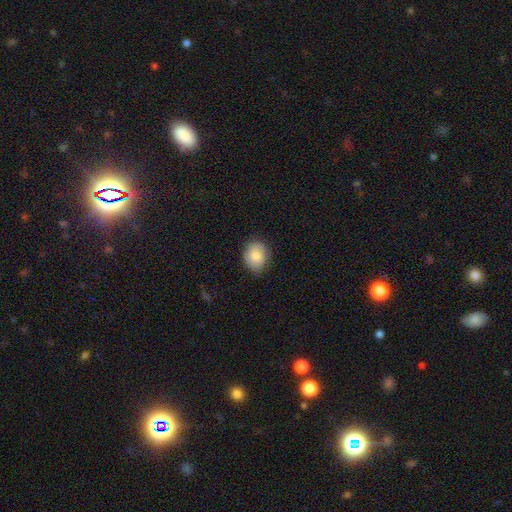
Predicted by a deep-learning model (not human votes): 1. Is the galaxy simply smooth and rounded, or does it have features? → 84% smooth, 9% featured or disk, 7% star or artifact.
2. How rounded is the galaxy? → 51% round, 48% in between, 1% cigar-shaped.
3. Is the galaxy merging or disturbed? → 77% none, 19% minor disturbance, 3% major disturbance, 1% merger.